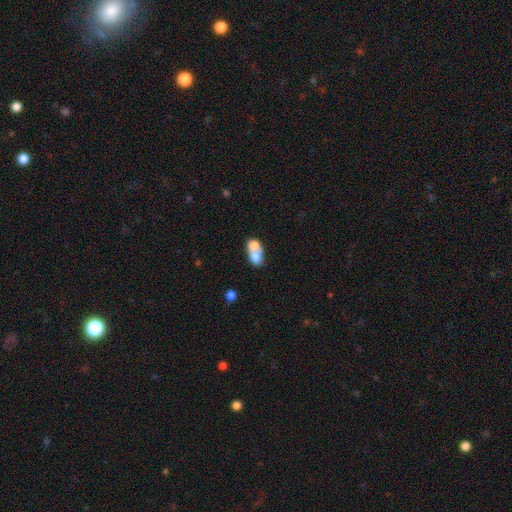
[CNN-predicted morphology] Overall: smooth (65%). How rounded: in between (54%; round 45%). Merging: merger (71%).